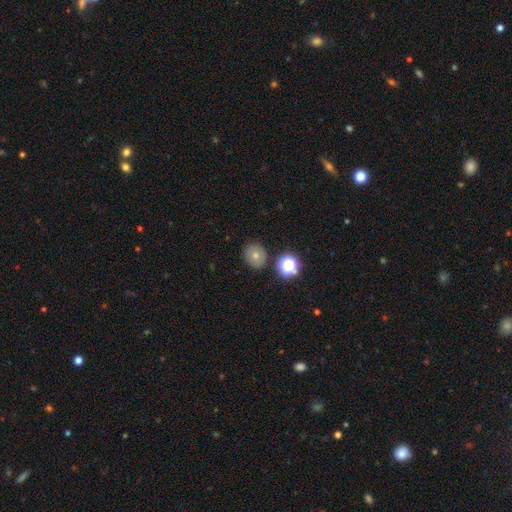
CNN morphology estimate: smooth_or_featured: smooth (p=0.69) [alt: star or artifact p=0.17]
how_rounded: round (p=0.83) [alt: in between p=0.16]
merging: none (p=0.84) [alt: minor disturbance p=0.09]